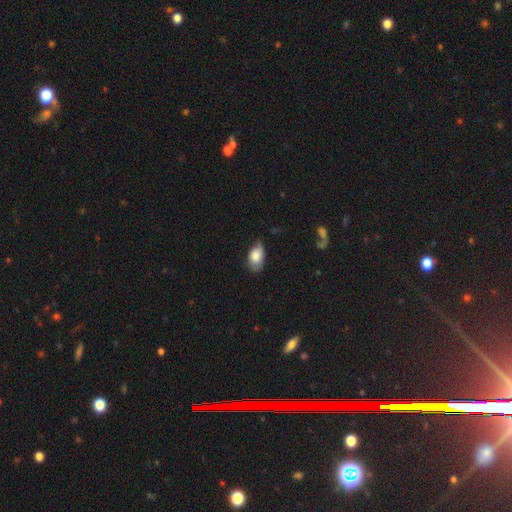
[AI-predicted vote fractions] Smooth or featured? Predicted: smooth (p=0.78). How rounded? Predicted: in between (p=0.91). Merging? Predicted: none (p=0.46).